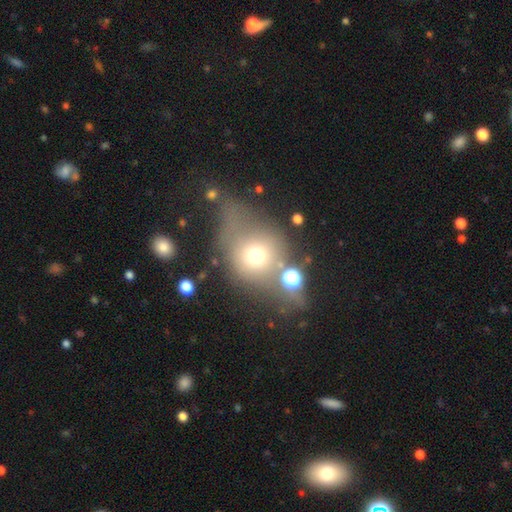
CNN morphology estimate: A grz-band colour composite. It shows a smooth galaxy with no disk features (59%) that is round (68%). Merging: none (34%).